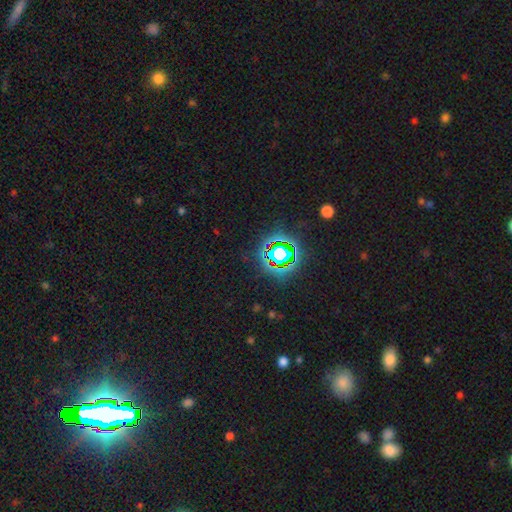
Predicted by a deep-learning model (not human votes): This is likely a star or artifact rather than a galaxy (80%).